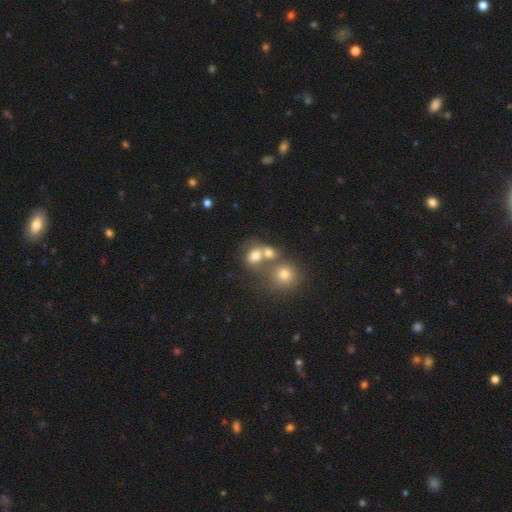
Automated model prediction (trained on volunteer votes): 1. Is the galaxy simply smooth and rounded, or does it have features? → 70% smooth, 15% star or artifact, 15% featured or disk.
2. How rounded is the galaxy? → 57% round, 41% in between, 1% cigar-shaped.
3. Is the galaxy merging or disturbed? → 49% merger, 35% none, 10% minor disturbance, 6% major disturbance.